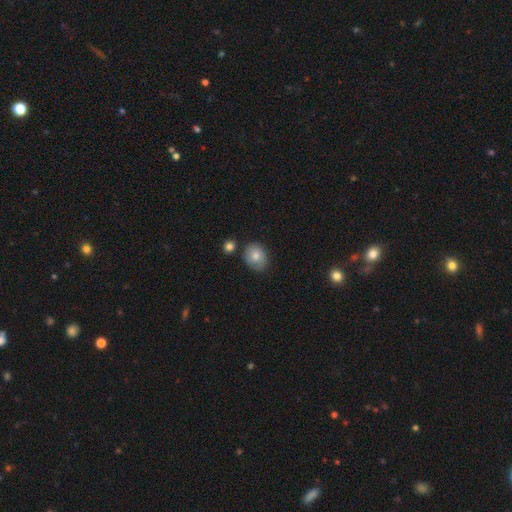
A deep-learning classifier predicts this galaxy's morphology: Smooth or featured?
  - smooth: 78% *
  - featured or disk: 14%
  - star or artifact: 8%
How rounded?
  - round: 55% *
  - in between: 44%
  - cigar-shaped: 1%
Merging?
  - none: 71% *
  - minor disturbance: 20%
  - merger: 6%
  - major disturbance: 4%